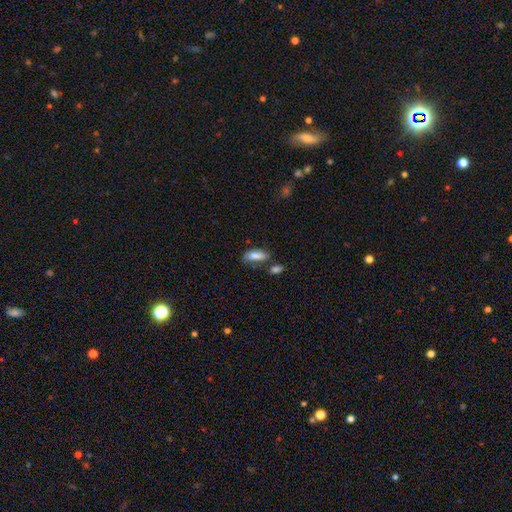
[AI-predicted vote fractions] smooth 80%, featured or disk 12%, star or artifact 8%. Down the decision tree: how rounded — in between (79%); merging — none (51%).